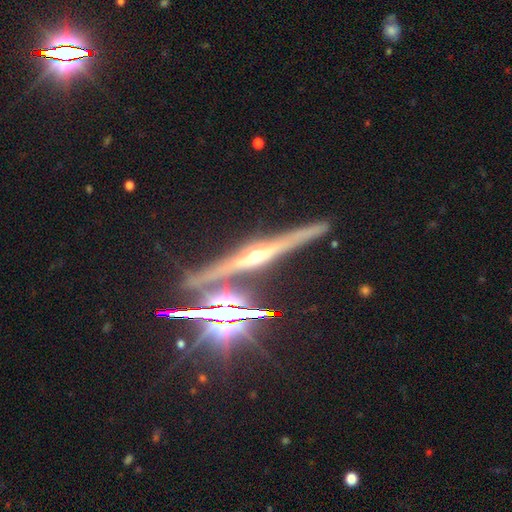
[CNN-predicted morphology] Smooth or featured: featured or disk — 67% (star or artifact — 23%)
Edge-on disk: yes — 95% (no — 5%)
Edge-on bulge: rounded — 88% (none — 8%)
Merging: none — 84% (minor disturbance — 10%)